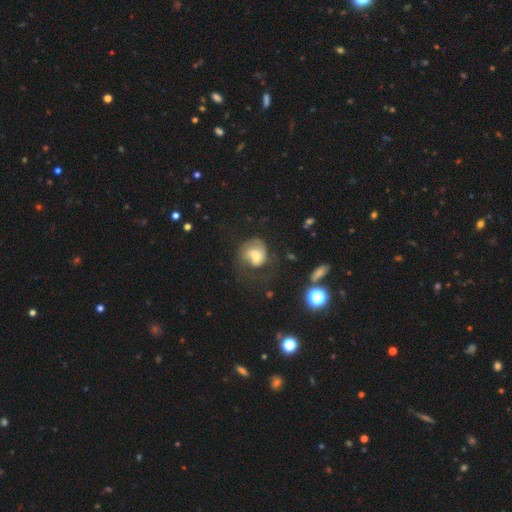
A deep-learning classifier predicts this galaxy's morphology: Q: Smooth or featured?
A: featured or disk (51%); runner-up: smooth (39%)
Q: Edge-on disk?
A: no (97%); runner-up: yes (3%)
Q: Bar?
A: no (58%); runner-up: weak (34%)
Q: Spiral arms?
A: yes (74%); runner-up: no (26%)
Q: Bulge size?
A: moderate (45%); runner-up: small (26%)
Q: Merging?
A: major disturbance (37%); runner-up: none (36%)